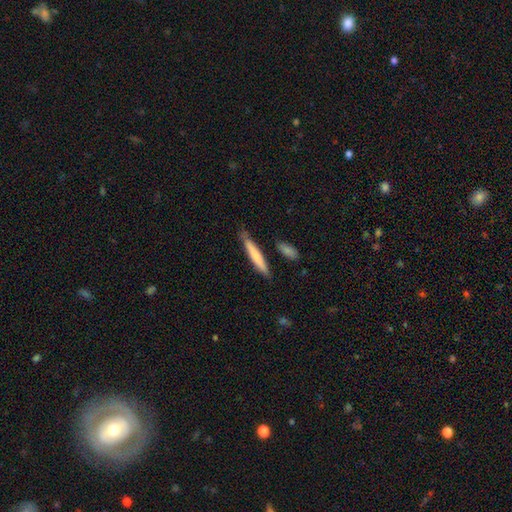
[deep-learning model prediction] This is likely a smooth galaxy (71%). How rounded: clearly cigar-shaped (93%). Merging: likely none (80%).